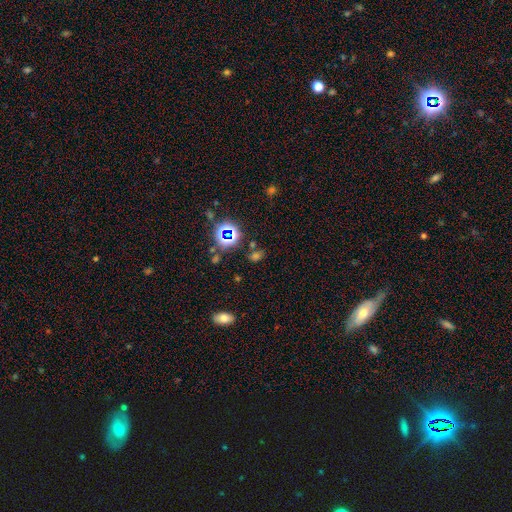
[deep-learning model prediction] Morphology: type=star or artifact (56%).